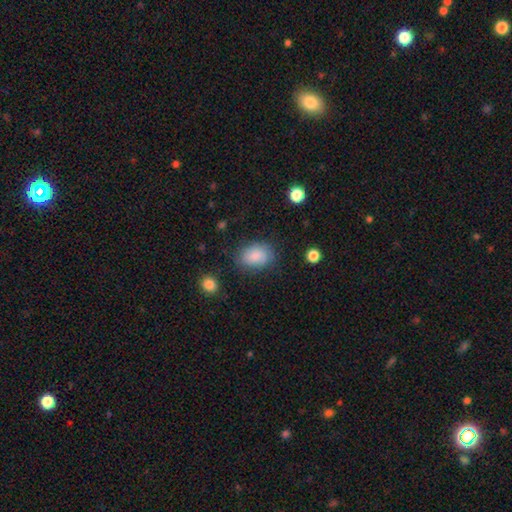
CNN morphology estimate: Q: Smooth or featured?
A: smooth (79%); runner-up: featured or disk (13%)
Q: How rounded?
A: in between (76%); runner-up: round (23%)
Q: Merging?
A: none (71%); runner-up: minor disturbance (20%)